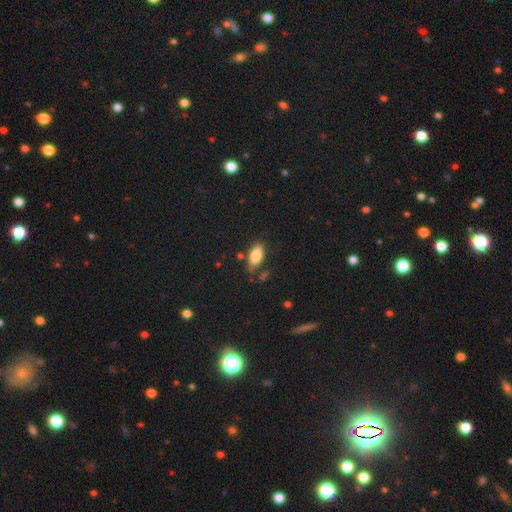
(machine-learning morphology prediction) smooth-or-featured: smooth: 82% | featured or disk: 11% | star or artifact: 7%
  how-rounded: in between: 89% | cigar-shaped: 8% | round: 3%
  merging: none: 71% | minor disturbance: 18% | merger: 6% | major disturbance: 5%